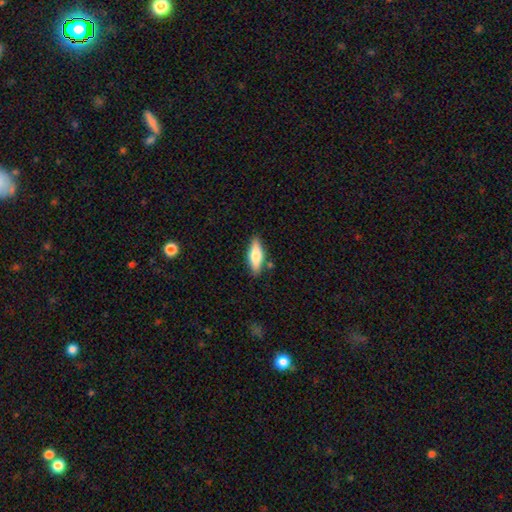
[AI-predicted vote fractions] The model was most divided on "how rounded": in between: 55%, cigar-shaped: 42%, round: 2%. More confident: merging — none (83%); smooth or featured — smooth (66%).